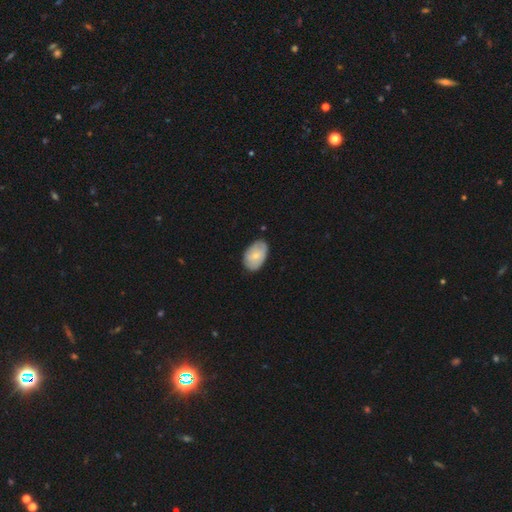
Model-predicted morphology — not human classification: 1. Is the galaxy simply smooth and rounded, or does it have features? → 67% smooth, 27% featured or disk, 6% star or artifact.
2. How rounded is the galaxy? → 89% in between, 9% round, 1% cigar-shaped.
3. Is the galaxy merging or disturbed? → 73% none, 22% minor disturbance, 4% major disturbance, 1% merger.